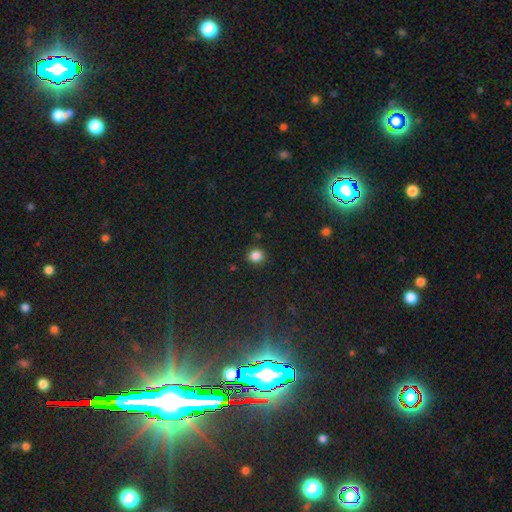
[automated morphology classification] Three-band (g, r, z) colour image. It shows a smooth galaxy with no disk features (85%) that is round (84%). Merging: none (90%).